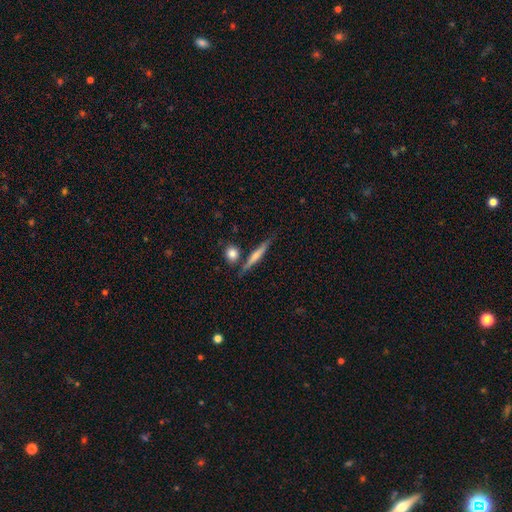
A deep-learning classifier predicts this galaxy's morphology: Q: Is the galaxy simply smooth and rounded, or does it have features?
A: smooth — 51%.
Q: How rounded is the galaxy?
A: cigar-shaped — 89%.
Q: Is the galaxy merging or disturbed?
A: none — 77%.